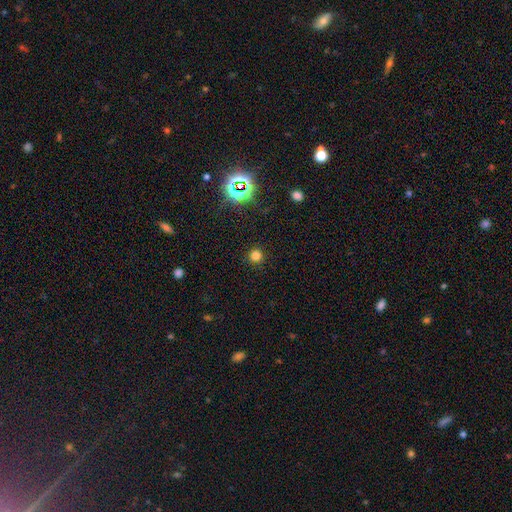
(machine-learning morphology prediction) smooth-or-featured: smooth: 75% | star or artifact: 20% | featured or disk: 5%
  how-rounded: round: 95% | in between: 4% | cigar-shaped: 1%
  merging: none: 91% | minor disturbance: 5% | major disturbance: 2% | merger: 1%